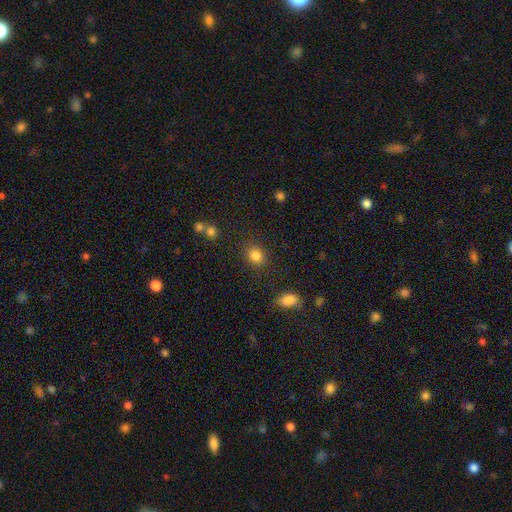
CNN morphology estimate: The model was most divided on "how rounded": round: 72%, in between: 27%, cigar-shaped: 1%. More confident: smooth or featured — smooth (84%); merging — none (84%).